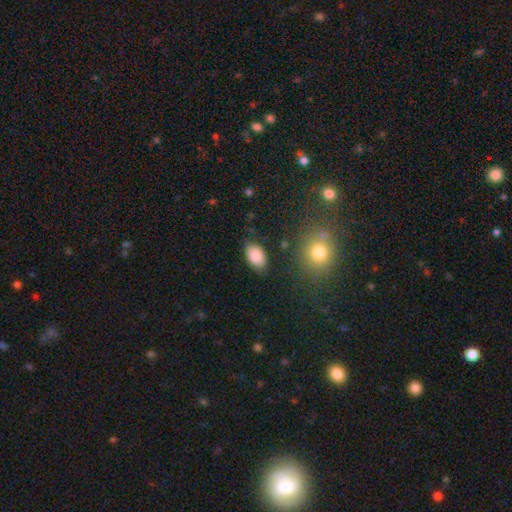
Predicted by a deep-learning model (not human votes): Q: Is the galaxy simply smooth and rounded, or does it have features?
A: smooth — 86%.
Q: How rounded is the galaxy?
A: in between — 91%.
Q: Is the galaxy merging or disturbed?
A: none — 80%.